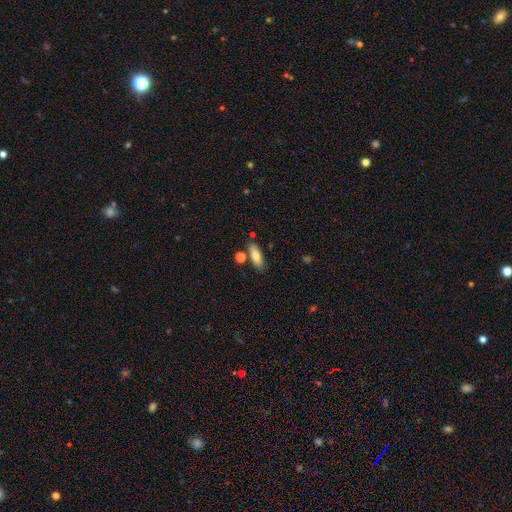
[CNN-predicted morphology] Smooth or featured: smooth — 79% (featured or disk — 14%)
How rounded: in between — 63% (cigar-shaped — 34%)
Merging: none — 78% (minor disturbance — 12%)